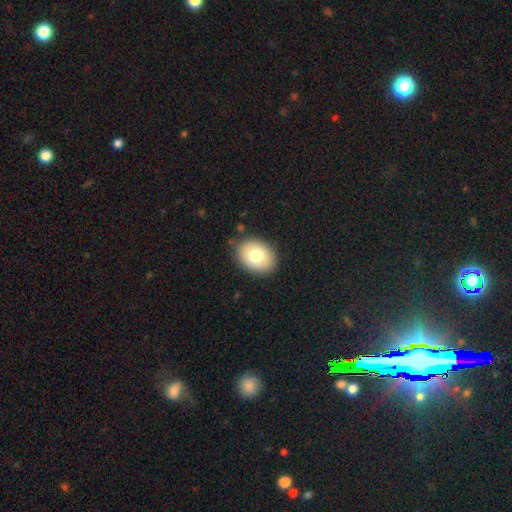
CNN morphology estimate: A smooth galaxy with no disk features (76%) that is in between round and cigar-shaped (68%).

Vote fractions:
- Smooth or featured? smooth: 76% / featured or disk: 16% / star or artifact: 8%
- How rounded? in between: 68% / round: 31% / cigar-shaped: 1%
- Merging? none: 85% / minor disturbance: 11% / major disturbance: 3% / merger: 1%